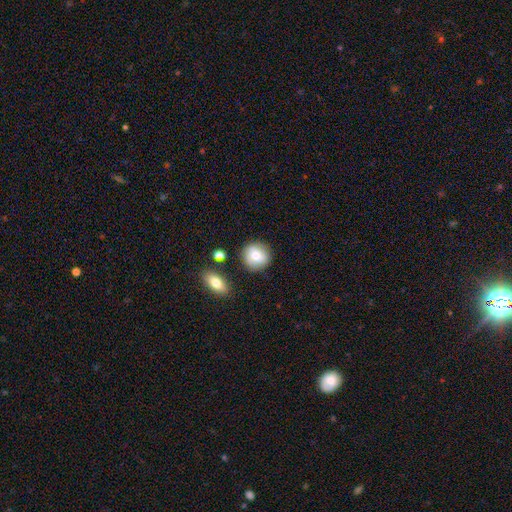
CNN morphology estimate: Smooth or featured? smooth (74%)
How rounded? round (90%)
Merging? none (83%)